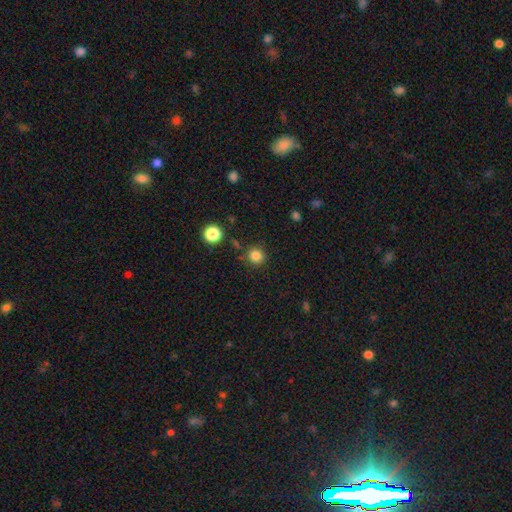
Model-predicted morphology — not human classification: This is clearly a smooth galaxy (83%). How rounded: clearly round (93%). Merging: clearly none (85%).